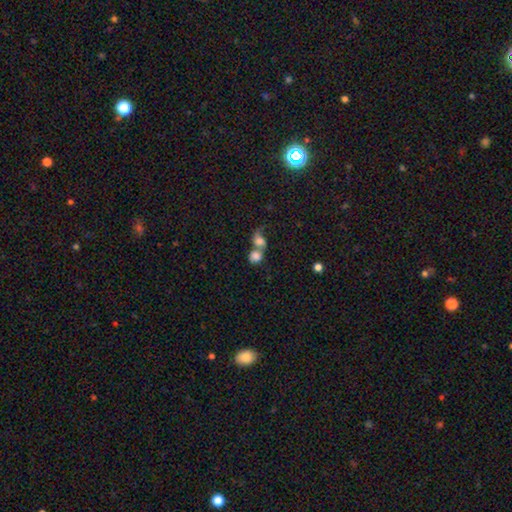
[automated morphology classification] type=smooth (71%); roundness=round (66%); merging=merger (74%).